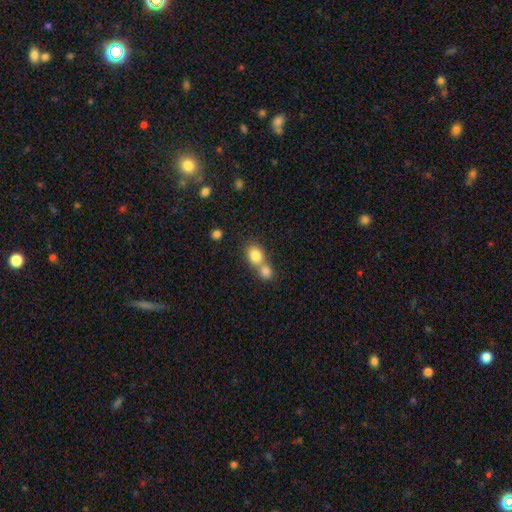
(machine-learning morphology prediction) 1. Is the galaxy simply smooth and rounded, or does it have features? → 81% smooth, 9% star or artifact, 9% featured or disk.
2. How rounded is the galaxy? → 62% round, 37% in between, 1% cigar-shaped.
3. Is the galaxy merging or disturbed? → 57% merger, 34% none, 6% minor disturbance, 3% major disturbance.